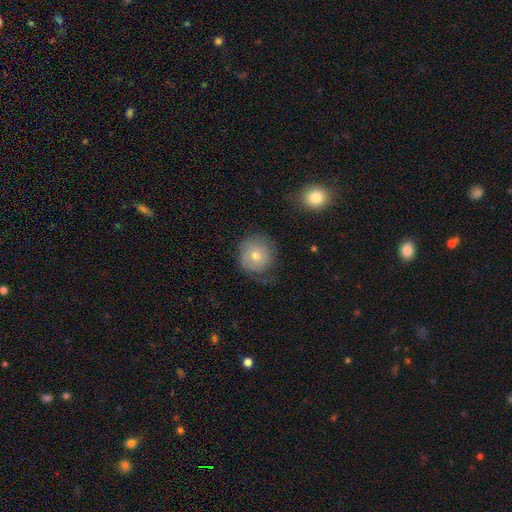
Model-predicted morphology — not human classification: Q: Smooth or featured?
A: smooth (56%); runner-up: featured or disk (34%)
Q: How rounded?
A: round (91%); runner-up: in between (8%)
Q: Merging?
A: none (61%); runner-up: minor disturbance (24%)